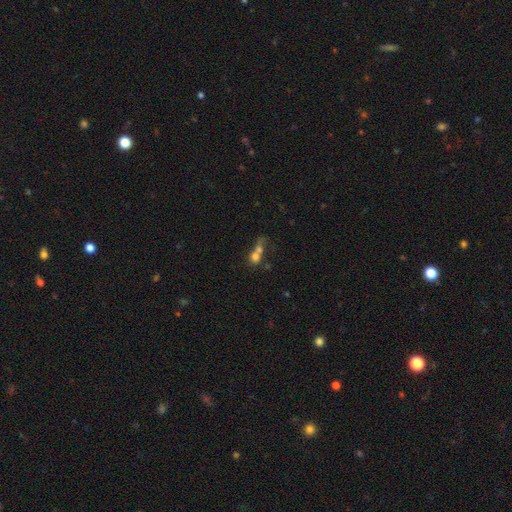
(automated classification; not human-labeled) Smooth or featured? smooth (64%)
How rounded? round (61%)
Merging? merger (65%)